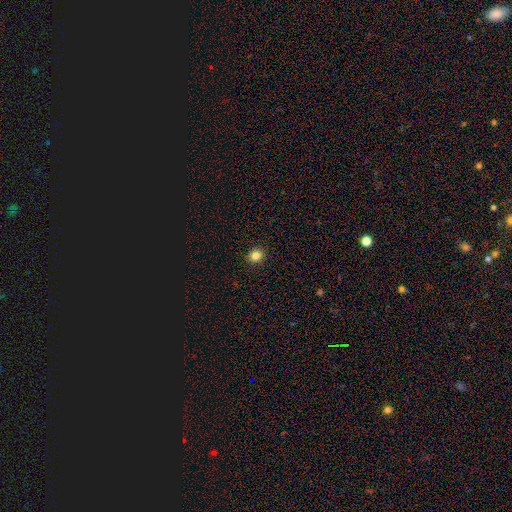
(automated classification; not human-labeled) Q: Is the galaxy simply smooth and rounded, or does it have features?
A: smooth — 83%.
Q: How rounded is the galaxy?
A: round — 88%.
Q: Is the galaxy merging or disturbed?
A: none — 92%.